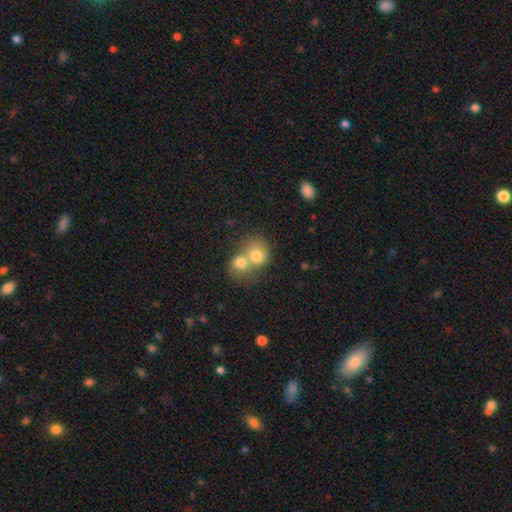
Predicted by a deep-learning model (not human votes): Smooth or featured: smooth — 74% (featured or disk — 17%)
How rounded: round — 70% (in between — 29%)
Merging: merger — 69% (none — 23%)